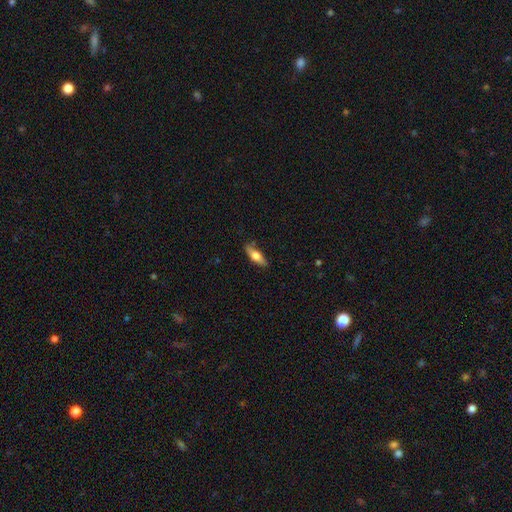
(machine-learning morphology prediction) Smooth or featured: smooth — 58% (featured or disk — 36%)
How rounded: in between — 49% (cigar-shaped — 48%)
Merging: none — 80% (minor disturbance — 15%)